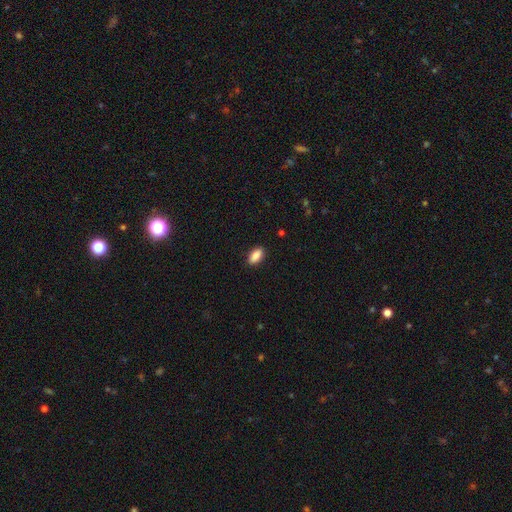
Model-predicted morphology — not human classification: smooth 90%, star or artifact 7%, featured or disk 3%. Down the decision tree: how rounded — in between (91%); merging — none (89%).